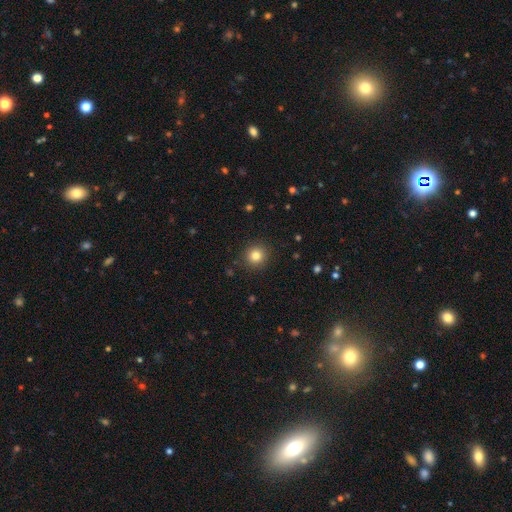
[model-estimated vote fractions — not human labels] This appears to be a smooth galaxy with no disk features (82%) that is round (93%). Merging: none (91%).